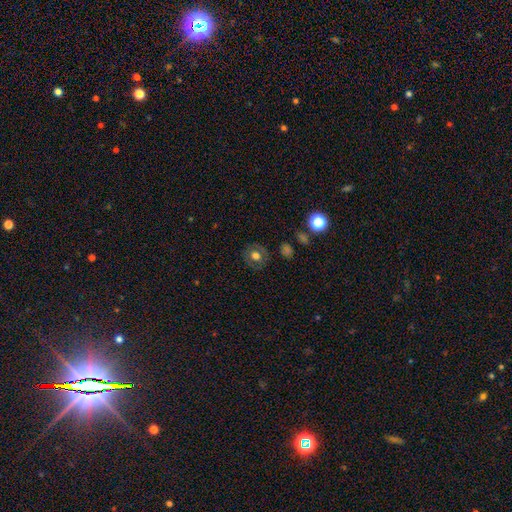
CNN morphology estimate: Q: Smooth or featured?
A: smooth (62%); runner-up: featured or disk (27%)
Q: How rounded?
A: round (78%); runner-up: in between (21%)
Q: Merging?
A: none (84%); runner-up: minor disturbance (10%)